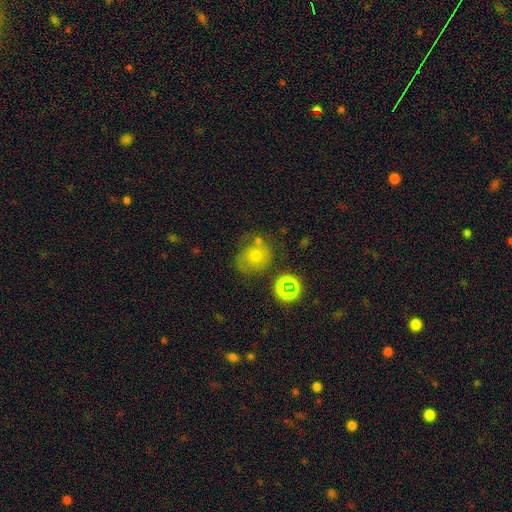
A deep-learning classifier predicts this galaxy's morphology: Smooth or featured?
  - smooth: 56% *
  - featured or disk: 22%
  - star or artifact: 22%
How rounded?
  - round: 75% *
  - in between: 24%
  - cigar-shaped: 1%
Merging?
  - none: 60% *
  - minor disturbance: 20%
  - merger: 11%
  - major disturbance: 9%